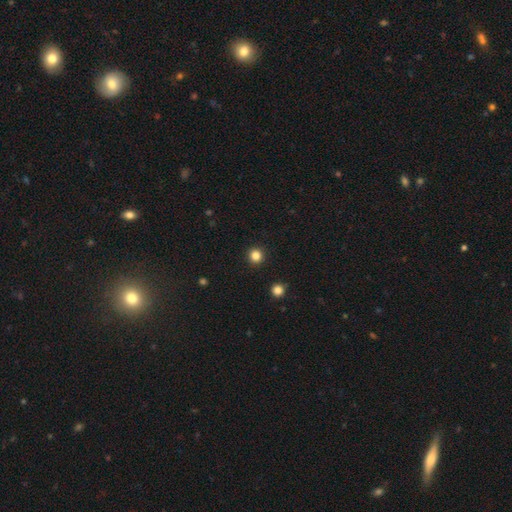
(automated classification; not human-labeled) This is clearly a smooth galaxy (84%). How rounded: clearly round (94%). Merging: clearly none (93%).